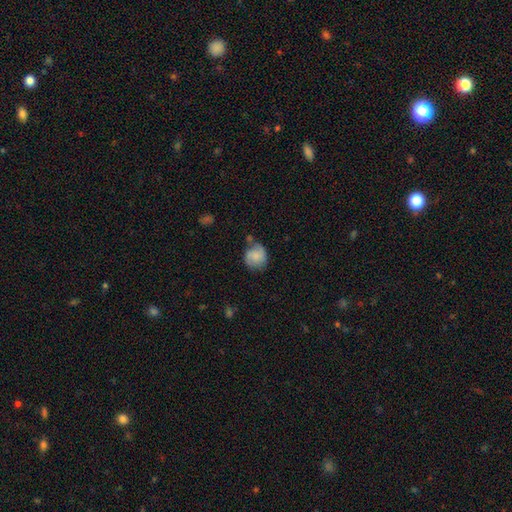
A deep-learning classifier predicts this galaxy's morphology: smooth_or_featured: smooth (p=0.63) [alt: featured or disk p=0.28]
how_rounded: round (p=0.82) [alt: in between p=0.17]
merging: none (p=0.58) [alt: minor disturbance p=0.25]